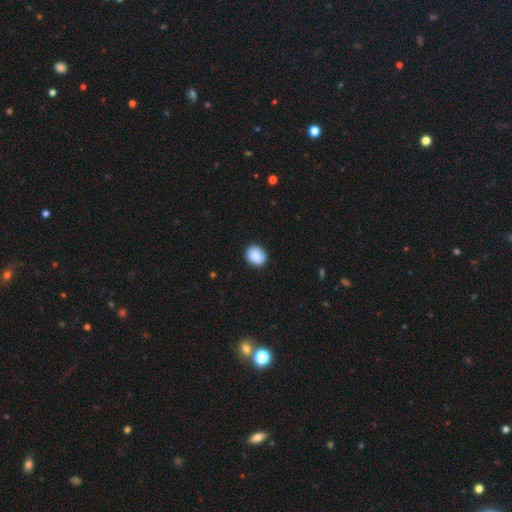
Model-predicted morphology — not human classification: The model was most divided on "how rounded": round: 55%, in between: 44%, cigar-shaped: 1%. More confident: smooth or featured — smooth (90%); merging — none (89%).